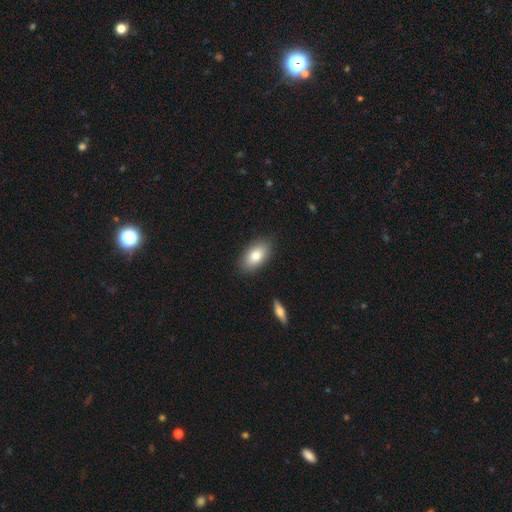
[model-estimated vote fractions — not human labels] The model was most divided on "smooth or featured": smooth: 80%, featured or disk: 13%, star or artifact: 7%. More confident: how rounded — in between (92%); merging — none (86%).